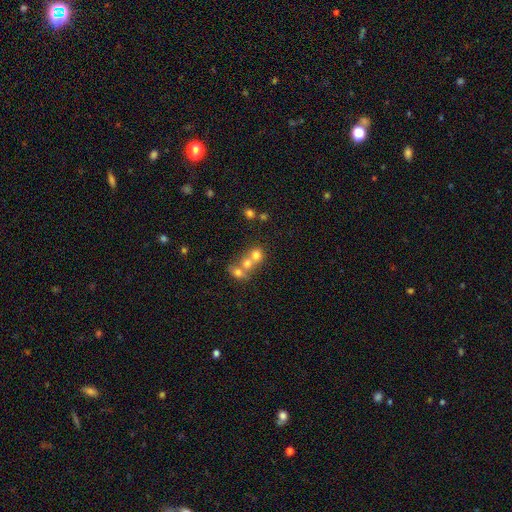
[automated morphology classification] type=smooth (67%); roundness=round (75%); merging=merger (62%).